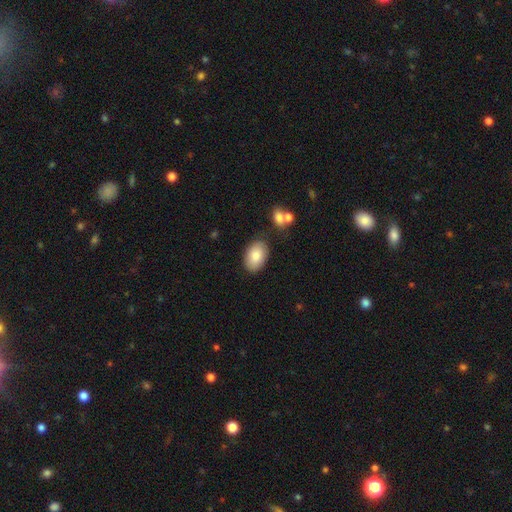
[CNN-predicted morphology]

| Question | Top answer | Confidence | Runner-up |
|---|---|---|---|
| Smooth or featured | smooth | 83% | featured or disk (10%) |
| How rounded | in between | 90% | round (9%) |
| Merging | none | 83% | minor disturbance (12%) |